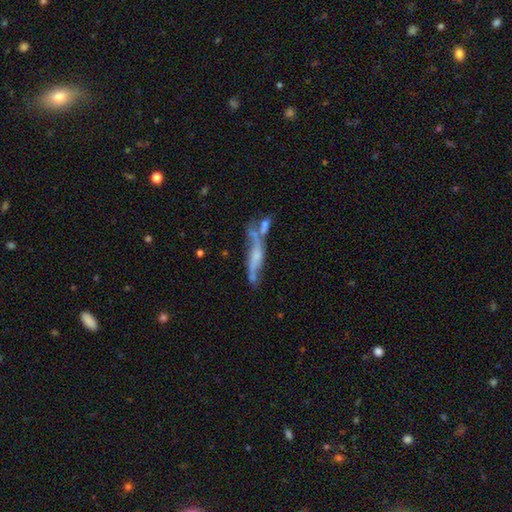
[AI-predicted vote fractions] featured or disk 63%, smooth 26%, star or artifact 10%. Down the decision tree: edge-on disk — yes (66%); merging — none (43%).